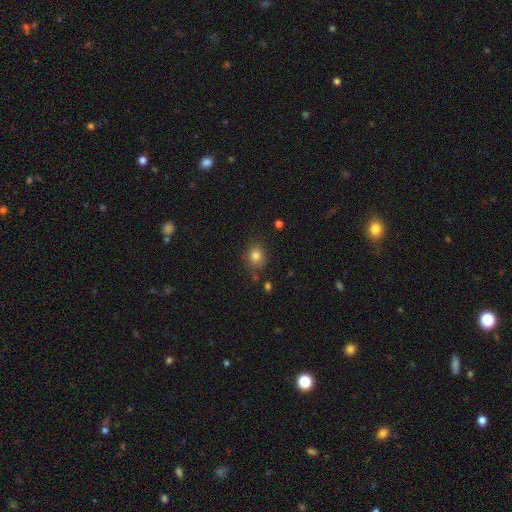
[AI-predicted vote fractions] smooth 82%, star or artifact 12%, featured or disk 7%. Down the decision tree: how rounded — round (78%); merging — none (78%).